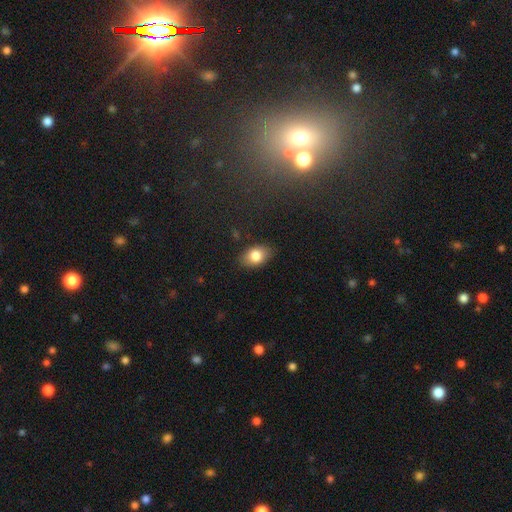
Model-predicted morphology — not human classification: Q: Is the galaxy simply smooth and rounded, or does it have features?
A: smooth — 80%.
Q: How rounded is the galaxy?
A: in between — 86%.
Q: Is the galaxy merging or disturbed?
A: none — 85%.